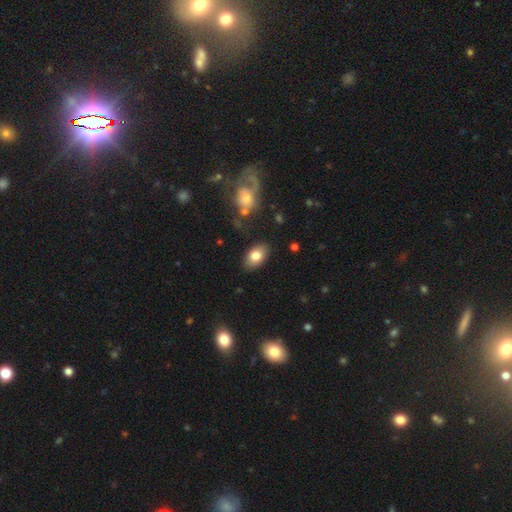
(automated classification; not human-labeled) Smooth or featured? Predicted: smooth (p=0.80). How rounded? Predicted: in between (p=0.91). Merging? Predicted: none (p=0.84).